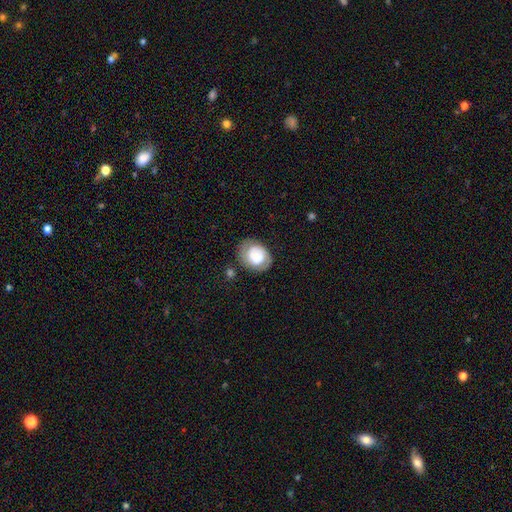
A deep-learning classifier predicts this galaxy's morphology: Smooth or featured: featured or disk — 50% (smooth — 43%)
Edge-on disk: no — 96% (yes — 4%)
Merging: none — 69% (minor disturbance — 19%)